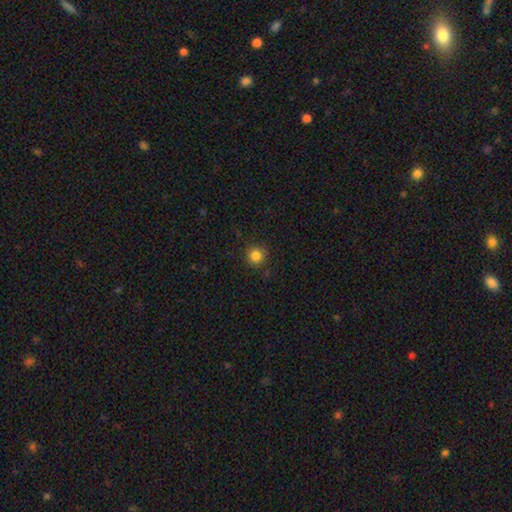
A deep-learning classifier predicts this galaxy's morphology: Q: Smooth or featured?
A: smooth (84%); runner-up: star or artifact (12%)
Q: How rounded?
A: round (94%); runner-up: in between (5%)
Q: Merging?
A: none (88%); runner-up: minor disturbance (8%)